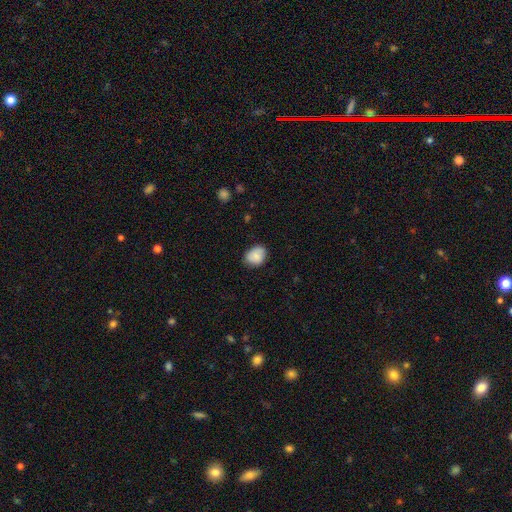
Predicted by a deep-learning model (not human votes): Smooth or featured: smooth — 86% (star or artifact — 7%)
How rounded: in between — 53% (round — 46%)
Merging: none — 75% (minor disturbance — 20%)